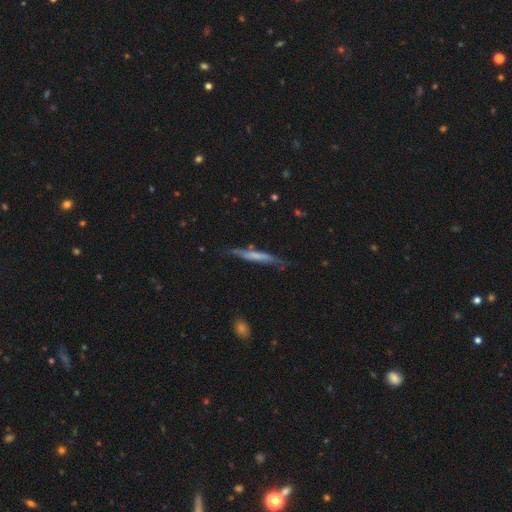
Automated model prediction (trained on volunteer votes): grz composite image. It shows a featured or disk galaxy (47%). Merging: none (65%).